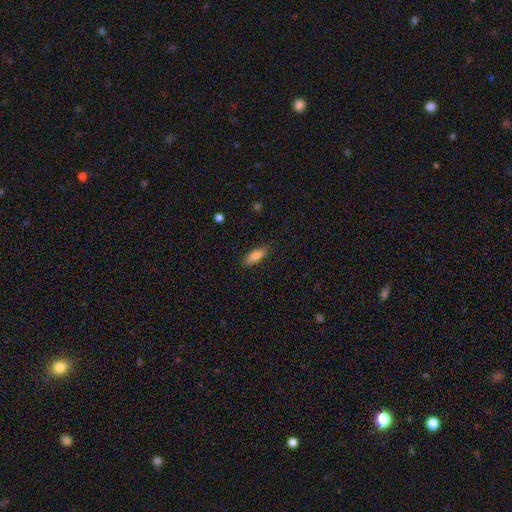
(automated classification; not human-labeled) smooth-or-featured: smooth: 81% | featured or disk: 12% | star or artifact: 7%
  how-rounded: in between: 72% | cigar-shaped: 26% | round: 2%
  merging: none: 84% | minor disturbance: 12% | major disturbance: 2% | merger: 1%